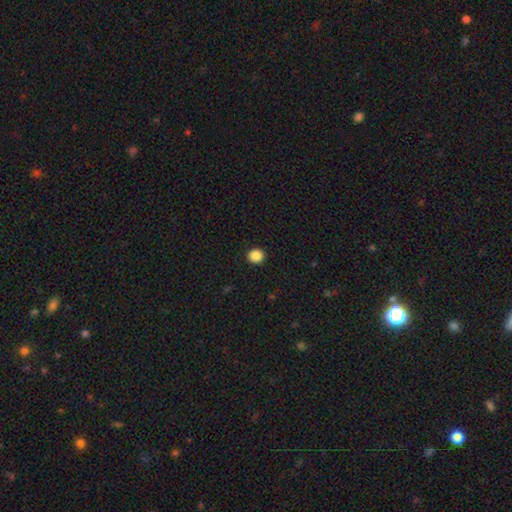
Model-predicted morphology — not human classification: smooth-or-featured: smooth: 87% | star or artifact: 10% | featured or disk: 3%
  how-rounded: round: 89% | in between: 10% | cigar-shaped: 1%
  merging: none: 93% | minor disturbance: 4% | major disturbance: 2% | merger: 1%